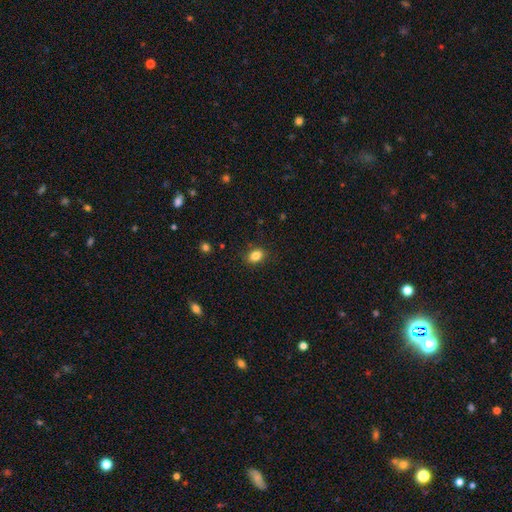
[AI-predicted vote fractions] This is clearly a smooth galaxy (85%). How rounded: likely in between (71%). Merging: clearly none (86%).